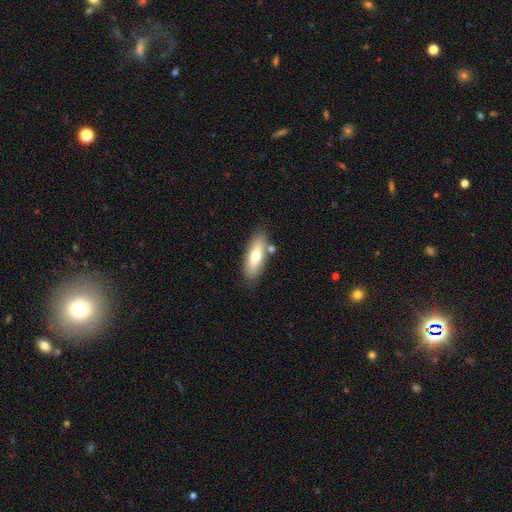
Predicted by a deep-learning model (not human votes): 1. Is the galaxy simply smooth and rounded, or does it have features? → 70% smooth, 23% featured or disk, 7% star or artifact.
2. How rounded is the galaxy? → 62% in between, 35% cigar-shaped, 2% round.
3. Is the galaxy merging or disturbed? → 75% none, 13% minor disturbance, 9% merger, 3% major disturbance.